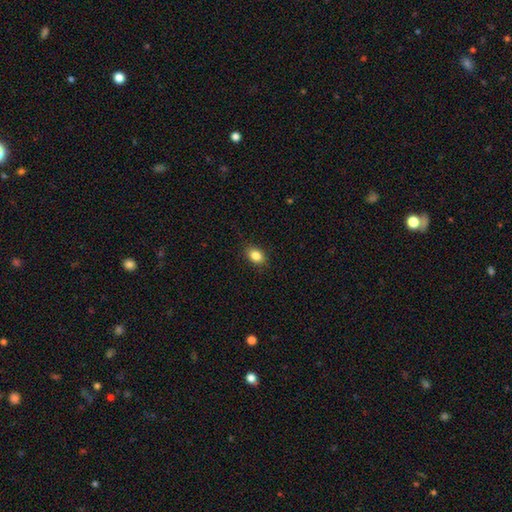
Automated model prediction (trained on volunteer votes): Overall: smooth (86%). How rounded: in between (79%). Merging: none (88%).